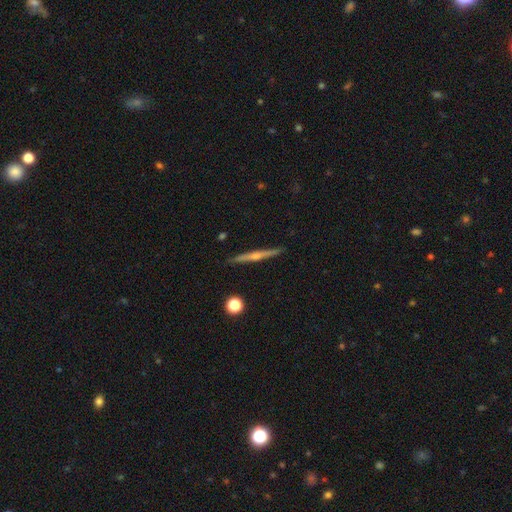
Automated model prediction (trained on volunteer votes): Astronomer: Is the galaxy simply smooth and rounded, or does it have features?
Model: featured or disk — 70%.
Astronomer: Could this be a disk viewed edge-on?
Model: yes — 98%.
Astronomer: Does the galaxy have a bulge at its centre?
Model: rounded — 76%.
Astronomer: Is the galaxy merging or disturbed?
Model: none — 91%.